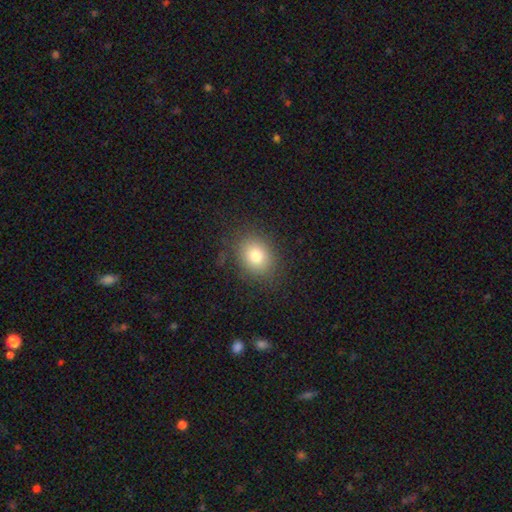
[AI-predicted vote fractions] Smooth or featured?
  - smooth: 79% *
  - star or artifact: 12%
  - featured or disk: 9%
How rounded?
  - round: 56% *
  - in between: 43%
  - cigar-shaped: 1%
Merging?
  - none: 84% *
  - minor disturbance: 11%
  - major disturbance: 4%
  - merger: 1%